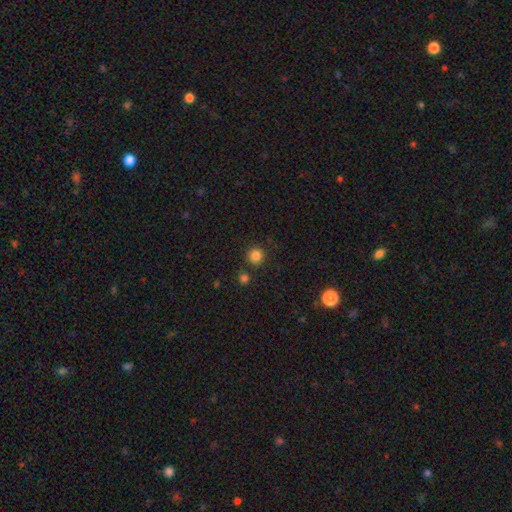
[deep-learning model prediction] Smooth or featured? Predicted: smooth (p=0.84). How rounded? Predicted: round (p=0.94). Merging? Predicted: none (p=0.86).